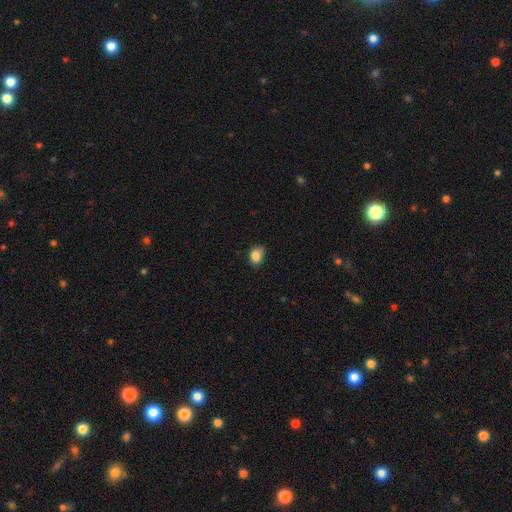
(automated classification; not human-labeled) Smooth or featured: smooth — 85% (star or artifact — 10%)
How rounded: in between — 57% (round — 42%)
Merging: none — 69% (minor disturbance — 25%)